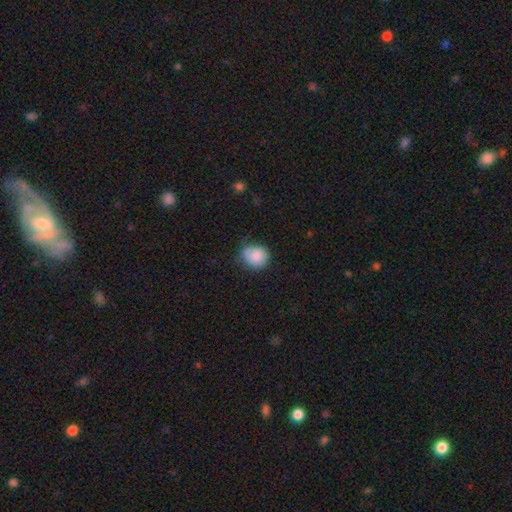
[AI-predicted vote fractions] Q: Smooth or featured?
A: smooth (82%); runner-up: featured or disk (10%)
Q: How rounded?
A: round (74%); runner-up: in between (25%)
Q: Merging?
A: none (60%); runner-up: minor disturbance (29%)